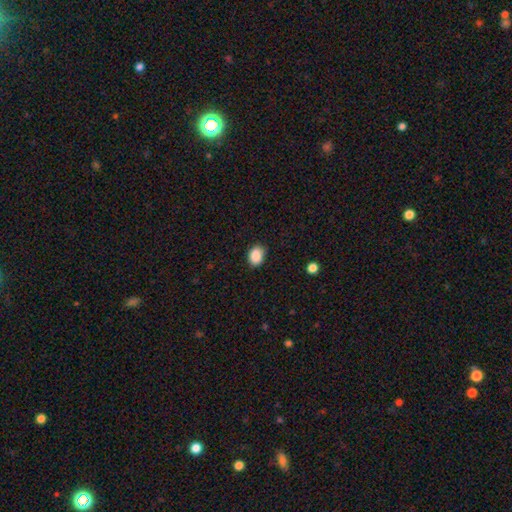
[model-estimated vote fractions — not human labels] Smooth or featured: smooth — 89% (star or artifact — 8%)
How rounded: in between — 66% (round — 33%)
Merging: none — 84% (minor disturbance — 13%)